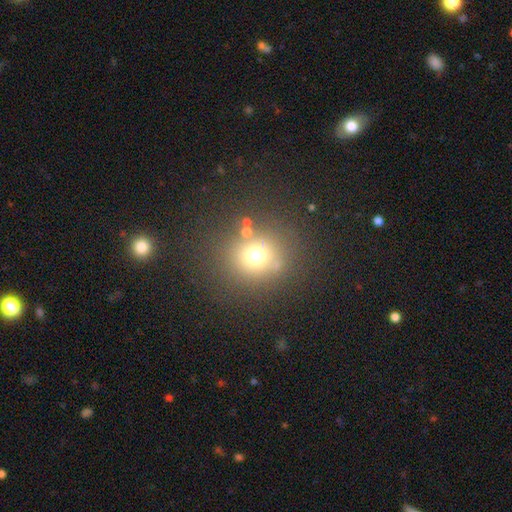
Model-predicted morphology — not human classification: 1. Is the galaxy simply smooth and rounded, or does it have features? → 68% smooth, 21% star or artifact, 12% featured or disk.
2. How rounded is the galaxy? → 87% round, 12% in between, 1% cigar-shaped.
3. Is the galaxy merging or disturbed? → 77% none, 10% minor disturbance, 7% merger, 6% major disturbance.